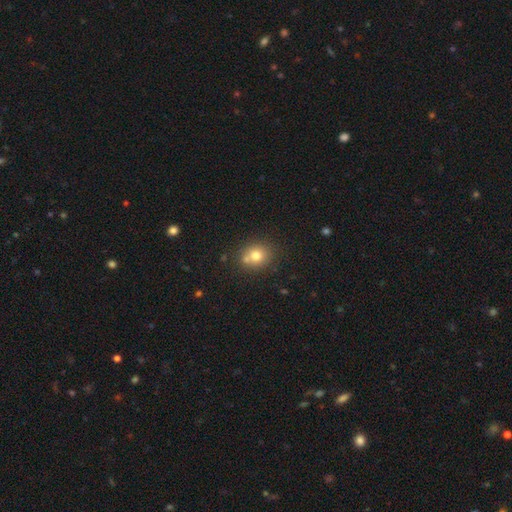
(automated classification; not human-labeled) This is likely a smooth galaxy (74%). How rounded: likely round (71%). Merging: likely none (63%).